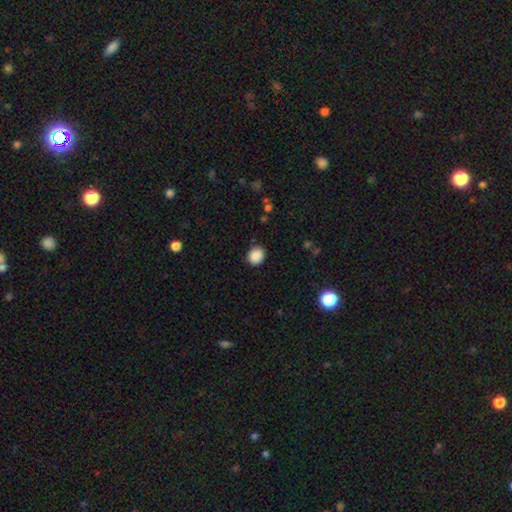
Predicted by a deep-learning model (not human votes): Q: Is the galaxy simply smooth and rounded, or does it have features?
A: smooth — 89%.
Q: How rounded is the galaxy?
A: round — 72%.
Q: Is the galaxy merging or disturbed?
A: none — 89%.